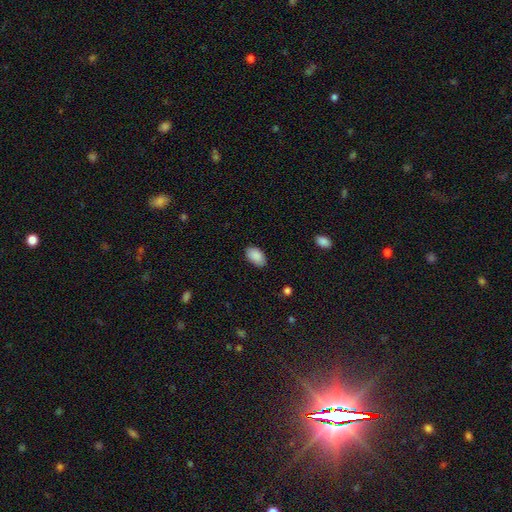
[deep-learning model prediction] smooth 90%, star or artifact 7%, featured or disk 3%. Down the decision tree: how rounded — in between (94%); merging — none (85%).